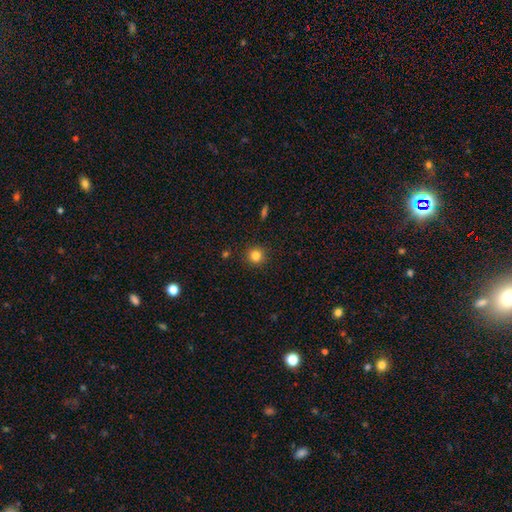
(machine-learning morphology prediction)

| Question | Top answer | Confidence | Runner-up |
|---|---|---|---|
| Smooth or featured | smooth | 83% | star or artifact (12%) |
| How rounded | round | 94% | in between (5%) |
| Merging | none | 91% | minor disturbance (5%) |